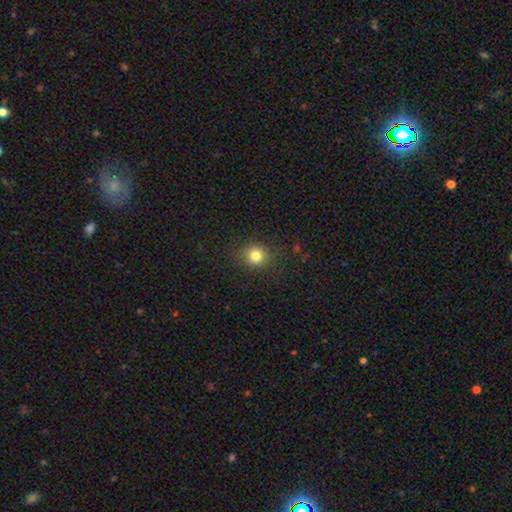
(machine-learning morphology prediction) This appears to be a smooth galaxy with no disk features (81%) that is round (85%). Merging: none (88%).